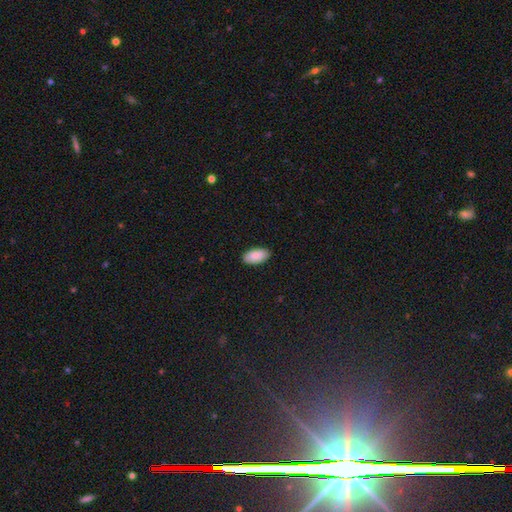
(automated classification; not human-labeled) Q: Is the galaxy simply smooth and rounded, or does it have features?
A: smooth — 89%.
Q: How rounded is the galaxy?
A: in between — 96%.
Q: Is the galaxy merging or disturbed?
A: none — 89%.